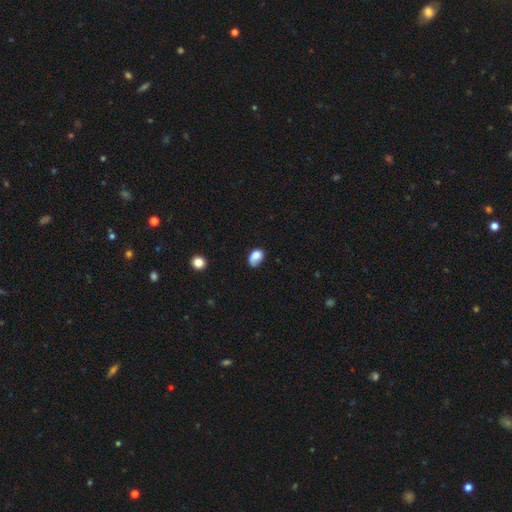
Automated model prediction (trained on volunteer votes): smooth 78%, featured or disk 14%, star or artifact 9%. Down the decision tree: how rounded — in between (78%); merging — none (45%).